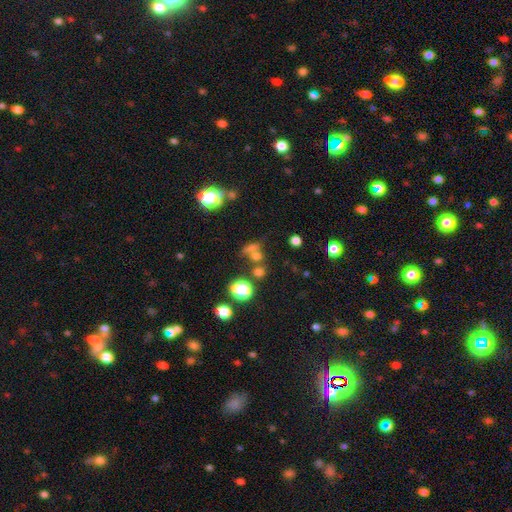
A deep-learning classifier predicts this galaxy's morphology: Smooth or featured: smooth — 59% (star or artifact — 30%)
How rounded: round — 70% (in between — 26%)
Merging: none — 49% (merger — 34%)